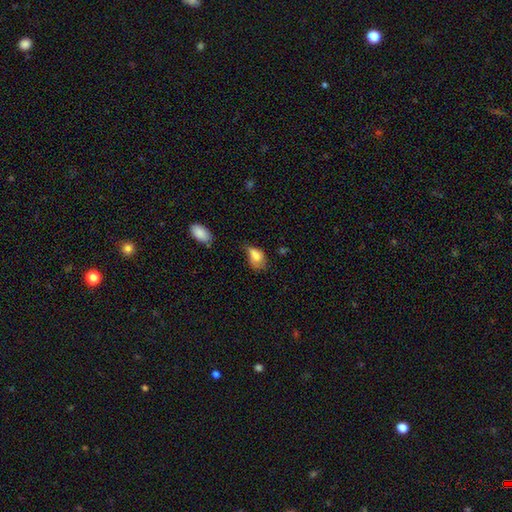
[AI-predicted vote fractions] Smooth or featured? Predicted: smooth (p=0.79). How rounded? Predicted: in between (p=0.82). Merging? Predicted: minor disturbance (p=0.42).